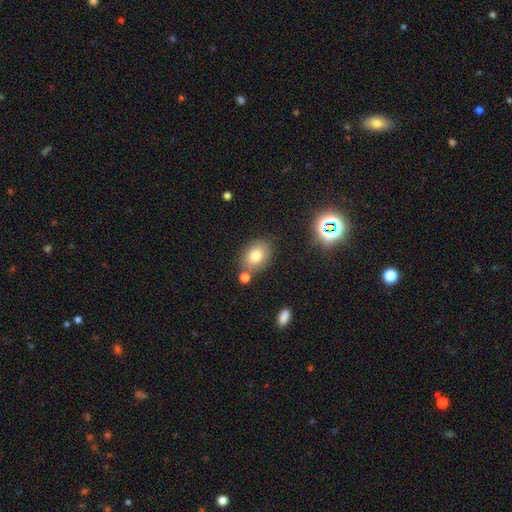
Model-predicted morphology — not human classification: This appears to be a smooth galaxy with no disk features (77%) that is in between round and cigar-shaped (71%). Merging: none (72%).